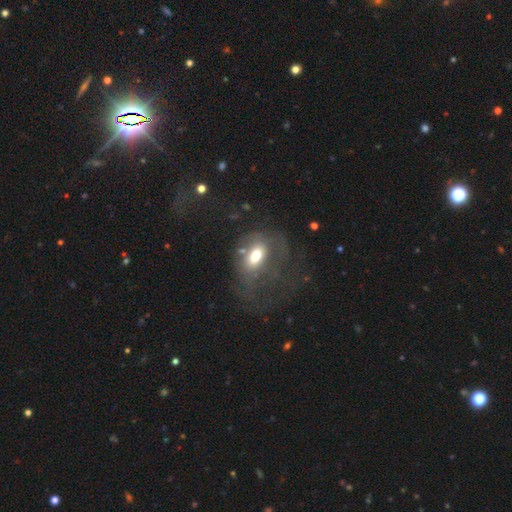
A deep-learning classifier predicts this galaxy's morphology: smooth 57%, featured or disk 31%, star or artifact 11%. Down the decision tree: how rounded — in between (77%); merging — major disturbance (41%).